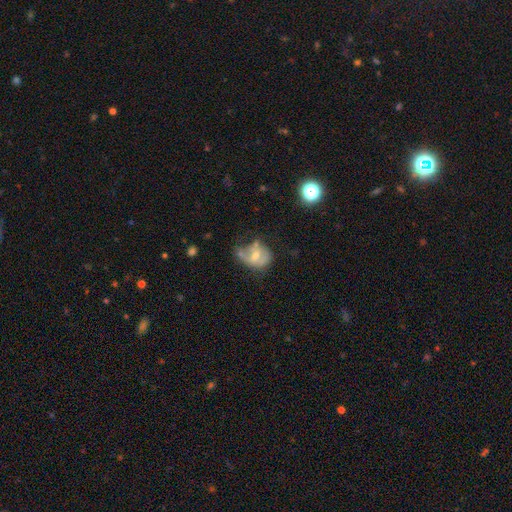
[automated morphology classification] Q: Smooth or featured?
A: featured or disk (51%); runner-up: smooth (40%)
Q: Edge-on disk?
A: no (96%); runner-up: yes (4%)
Q: Merging?
A: minor disturbance (33%); runner-up: none (31%)